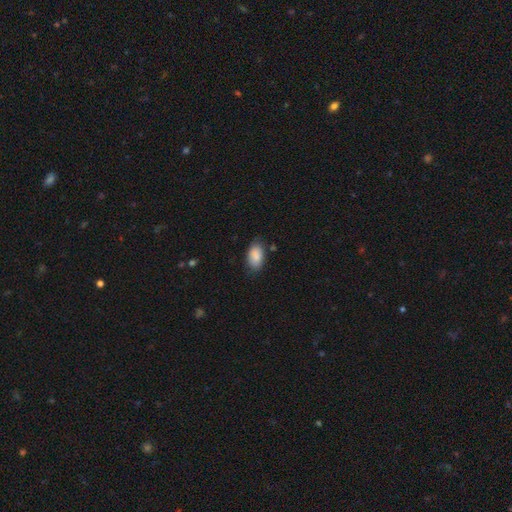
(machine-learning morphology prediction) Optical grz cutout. It shows a smooth galaxy with no disk features (88%) that is in between round and cigar-shaped (93%). Merging: none (79%).